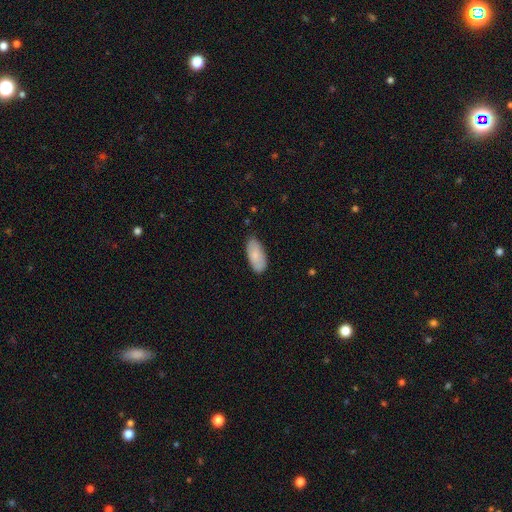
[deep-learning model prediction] Overall: smooth (84%). How rounded: in between (90%). Merging: none (82%).